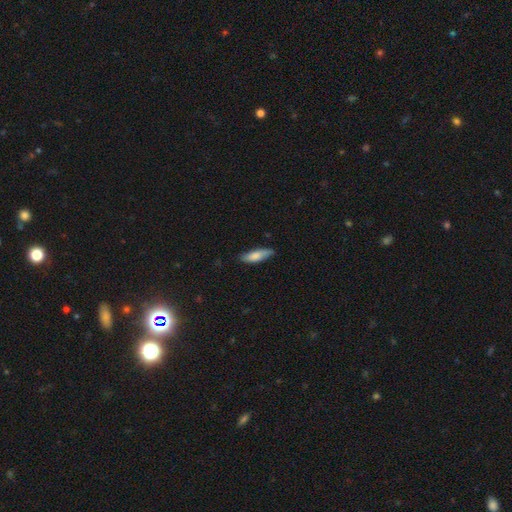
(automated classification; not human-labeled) Overall: smooth (78%). How rounded: in between (50%; cigar-shaped 48%). Merging: none (77%).